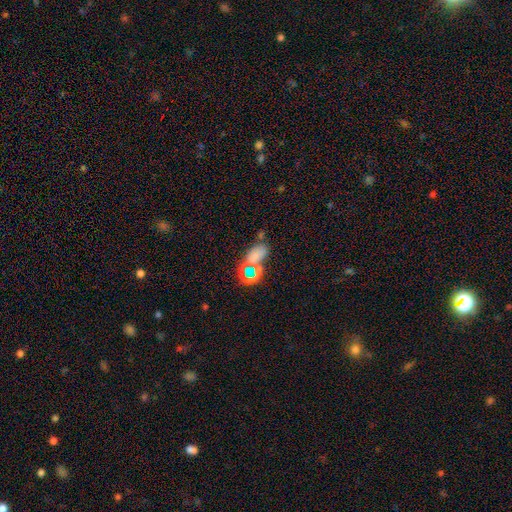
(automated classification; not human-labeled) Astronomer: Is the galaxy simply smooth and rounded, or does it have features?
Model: smooth — 56%.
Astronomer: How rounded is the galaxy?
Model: in between — 85%.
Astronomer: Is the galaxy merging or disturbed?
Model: none — 48% (runner-up: merger, 27%).